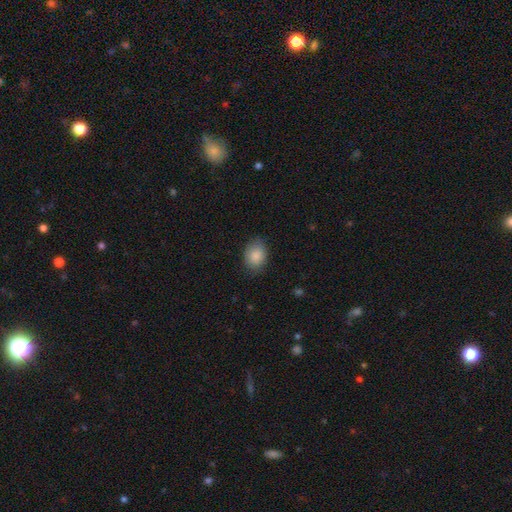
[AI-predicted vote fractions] This appears to be a smooth galaxy with no disk features (88%) that is in between round and cigar-shaped (66%). Merging: none (79%).